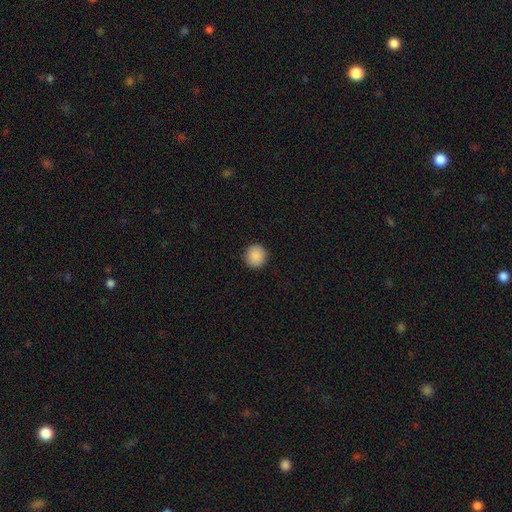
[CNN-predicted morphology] The model was most divided on "smooth or featured": smooth: 89%, star or artifact: 8%, featured or disk: 3%. More confident: how rounded — round (93%); merging — none (92%).